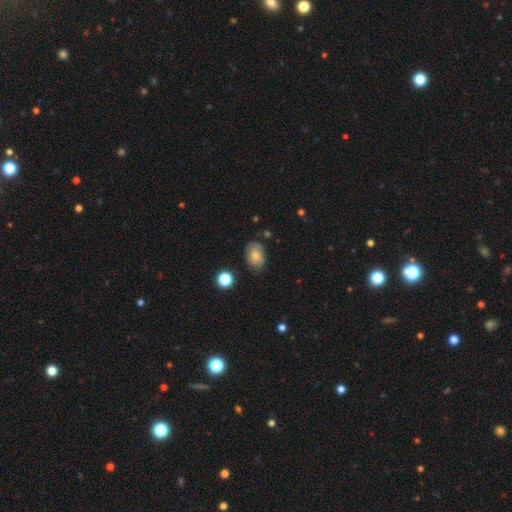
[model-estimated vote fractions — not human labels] Smooth or featured: smooth — 64% (featured or disk — 27%)
How rounded: in between — 78% (round — 21%)
Merging: none — 72% (minor disturbance — 21%)